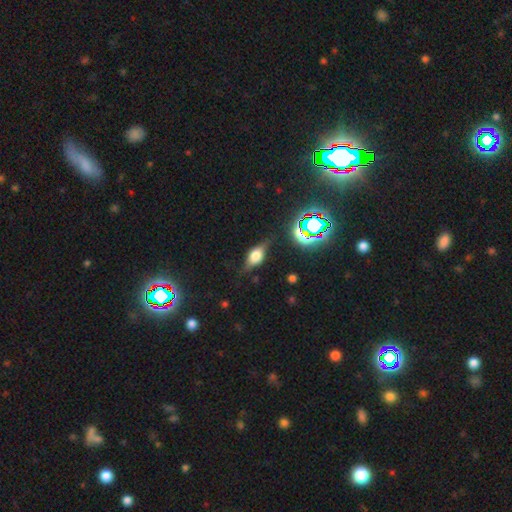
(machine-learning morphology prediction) Smooth or featured? Predicted: featured or disk (p=0.50). Merging? Predicted: none (p=0.72).